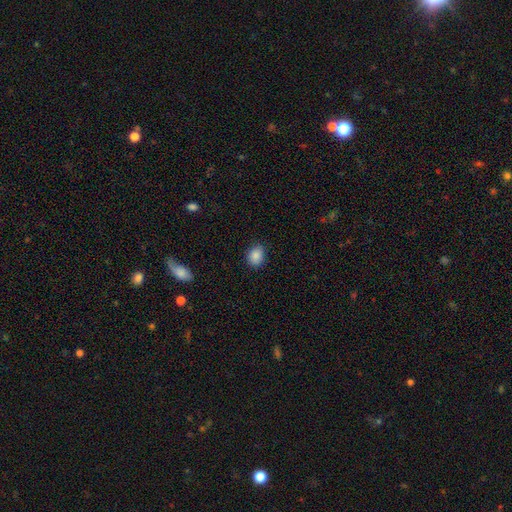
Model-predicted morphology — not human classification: Q: Smooth or featured?
A: smooth (87%); runner-up: star or artifact (9%)
Q: How rounded?
A: in between (57%); runner-up: round (42%)
Q: Merging?
A: none (83%); runner-up: minor disturbance (13%)